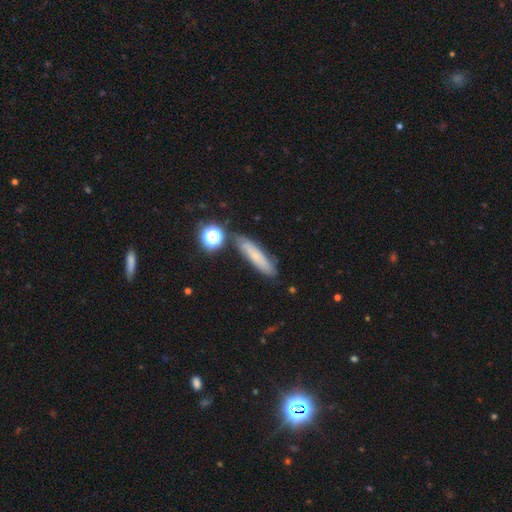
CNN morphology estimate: Smooth or featured: smooth — 55% (featured or disk — 32%)
How rounded: cigar-shaped — 75% (in between — 20%)
Merging: none — 74% (minor disturbance — 15%)